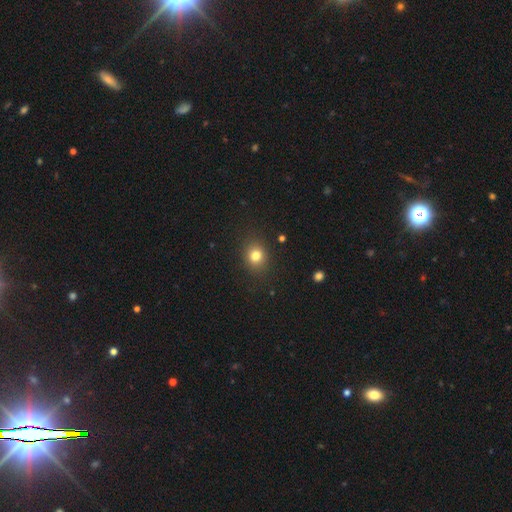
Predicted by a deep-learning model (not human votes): Smooth or featured? smooth (80%)
How rounded? round (68%)
Merging? none (87%)